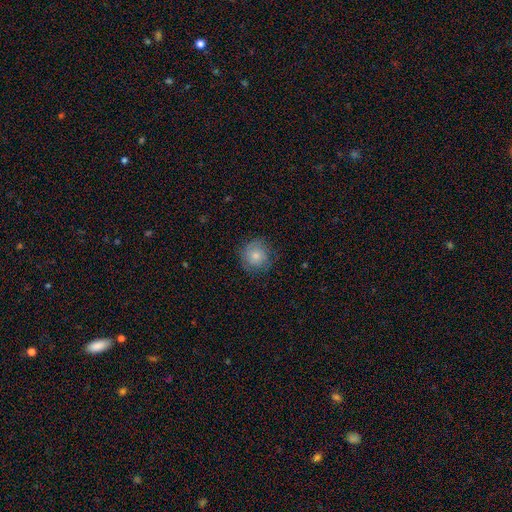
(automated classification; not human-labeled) This appears to be a smooth galaxy with no disk features (73%) that is round (92%). Merging: none (77%).